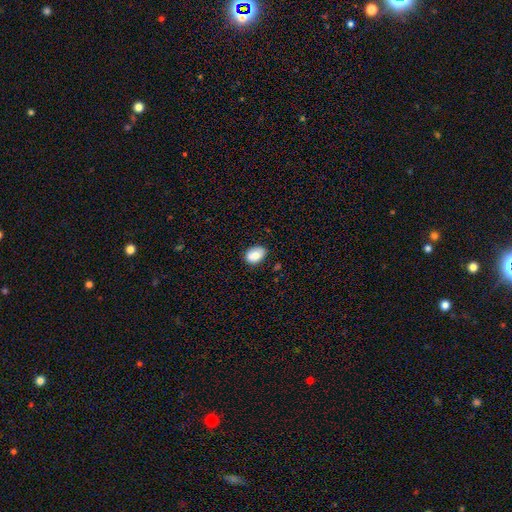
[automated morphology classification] smooth 83%, featured or disk 9%, star or artifact 8%. Down the decision tree: how rounded — in between (76%); merging — none (78%).